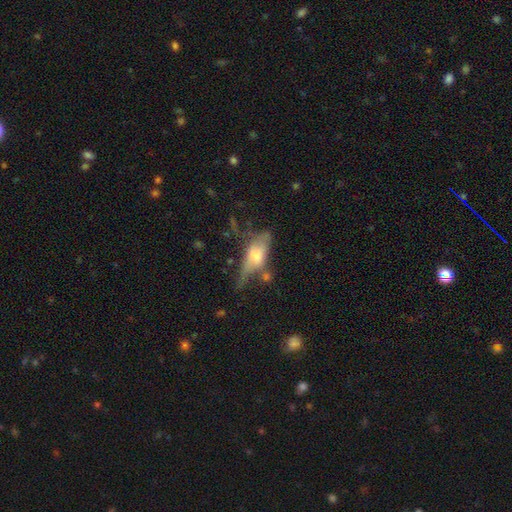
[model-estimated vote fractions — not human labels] Overall: featured or disk (49%; smooth 42%). Merging: none (35%; minor disturbance 27%).